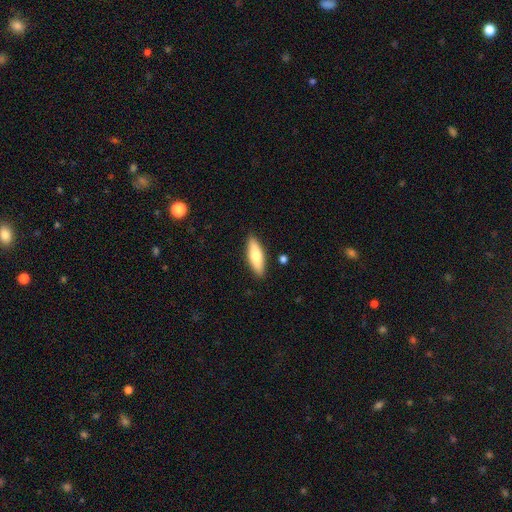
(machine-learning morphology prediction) This appears to be a smooth galaxy with no disk features (70%) that is in between round and cigar-shaped (51%). Merging: none (88%).